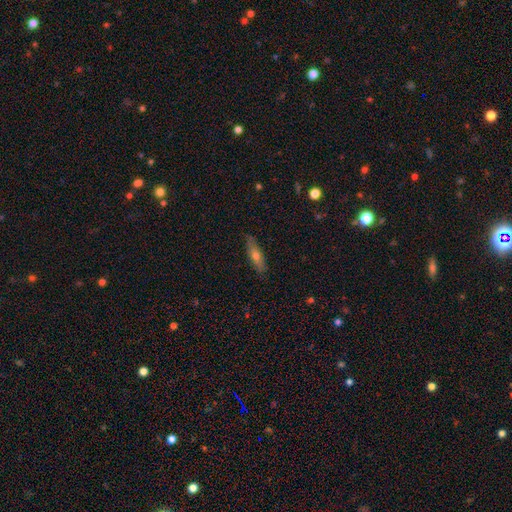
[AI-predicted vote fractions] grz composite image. It shows a smooth galaxy with no disk features (48%). Merging: none (85%).